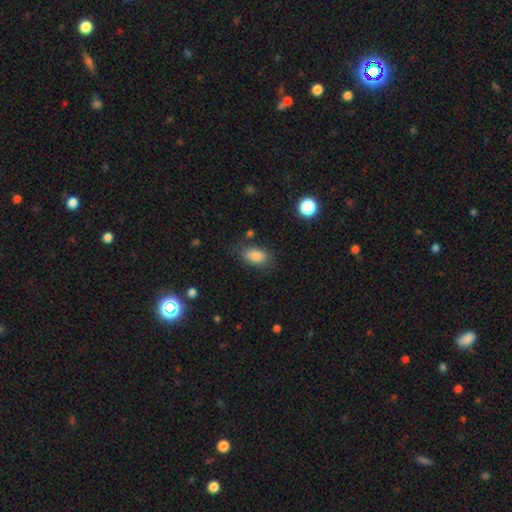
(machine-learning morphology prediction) Smooth or featured: smooth — 84% (star or artifact — 9%)
How rounded: in between — 88% (round — 10%)
Merging: none — 76% (minor disturbance — 16%)